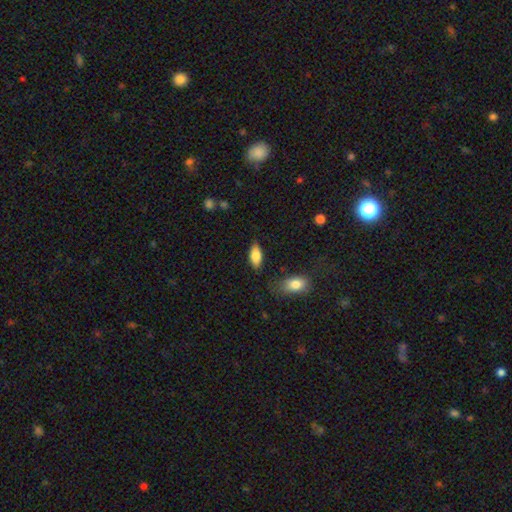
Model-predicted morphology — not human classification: Overall: smooth (81%). How rounded: in between (87%). Merging: none (81%).